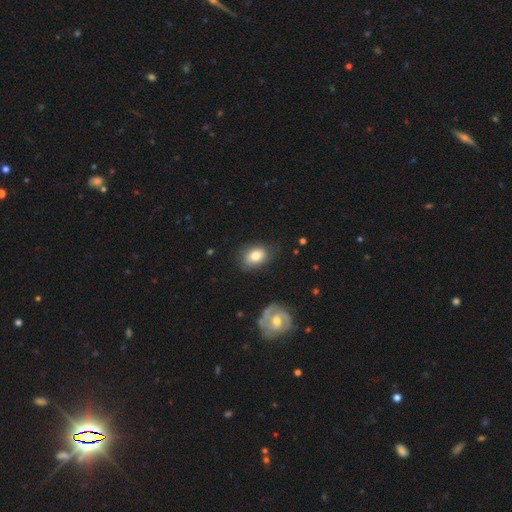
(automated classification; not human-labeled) Q: Smooth or featured?
A: smooth (77%); runner-up: featured or disk (16%)
Q: How rounded?
A: in between (77%); runner-up: round (22%)
Q: Merging?
A: none (70%); runner-up: minor disturbance (22%)